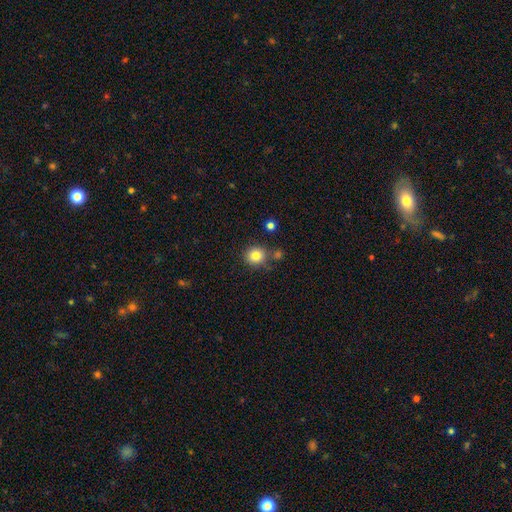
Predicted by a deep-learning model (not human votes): The model was most divided on "merging": none: 77%, minor disturbance: 11%, merger: 9%, major disturbance: 3%. More confident: how rounded — round (89%); smooth or featured — smooth (83%).